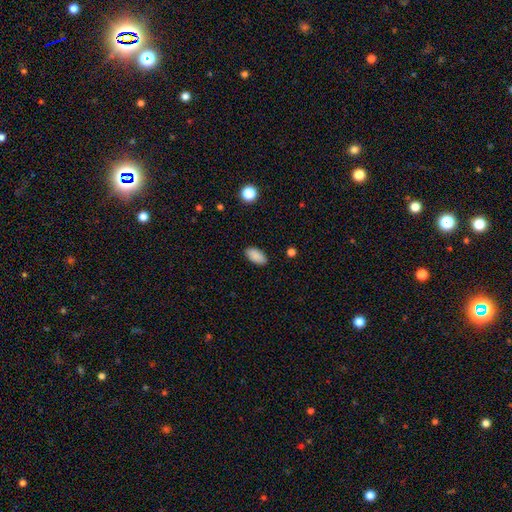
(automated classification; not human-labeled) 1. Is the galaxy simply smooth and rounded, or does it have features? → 89% smooth, 7% star or artifact, 4% featured or disk.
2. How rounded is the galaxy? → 93% in between, 5% cigar-shaped, 3% round.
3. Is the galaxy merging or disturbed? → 88% none, 9% minor disturbance, 2% major disturbance, 1% merger.